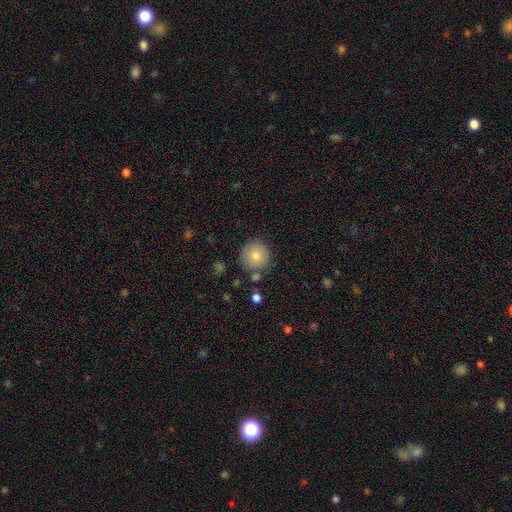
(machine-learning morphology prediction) A smooth galaxy with no disk features (81%) that is round (94%).

Vote fractions:
- Smooth or featured? smooth: 81% / featured or disk: 10% / star or artifact: 9%
- How rounded? round: 94% / in between: 5% / cigar-shaped: 1%
- Merging? none: 81% / minor disturbance: 11% / merger: 5% / major disturbance: 3%